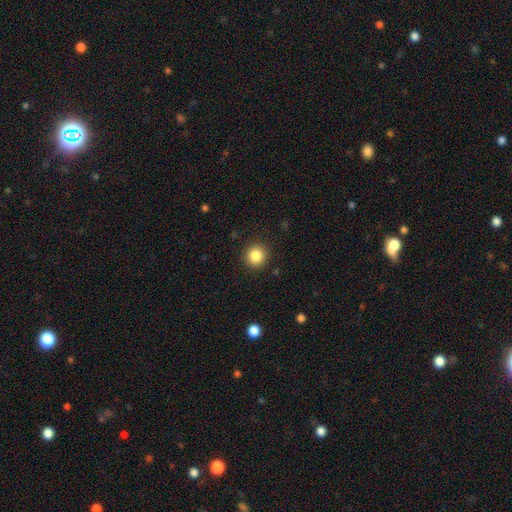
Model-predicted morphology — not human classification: Smooth or featured? smooth (85%)
How rounded? round (93%)
Merging? none (91%)